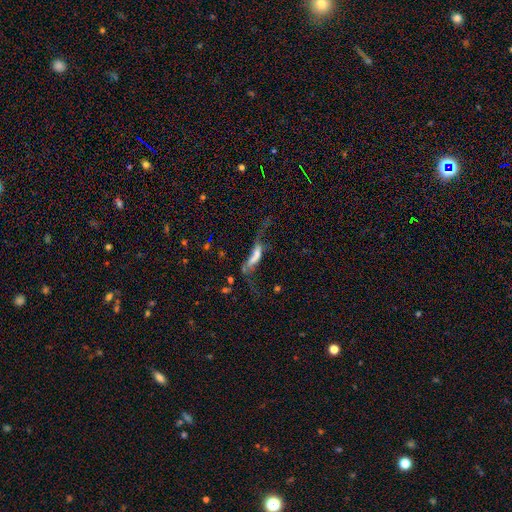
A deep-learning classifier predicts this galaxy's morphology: Smooth or featured? featured or disk (54%)
Edge-on disk? no (75%)
Merging? major disturbance (45%)